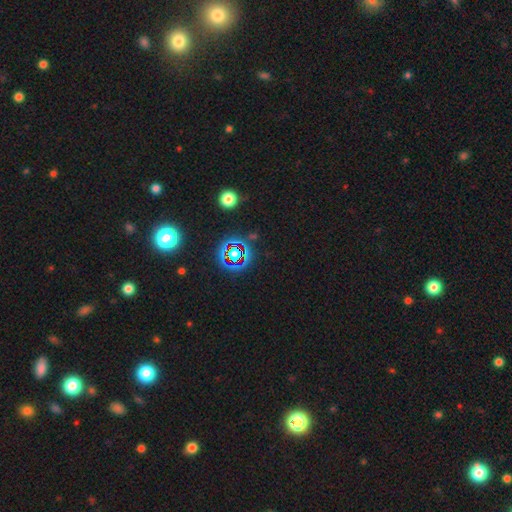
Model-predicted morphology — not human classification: A star or artifact, not a galaxy (72%).

Vote fractions:
- Smooth or featured? star or artifact: 72% / smooth: 16% / featured or disk: 13%